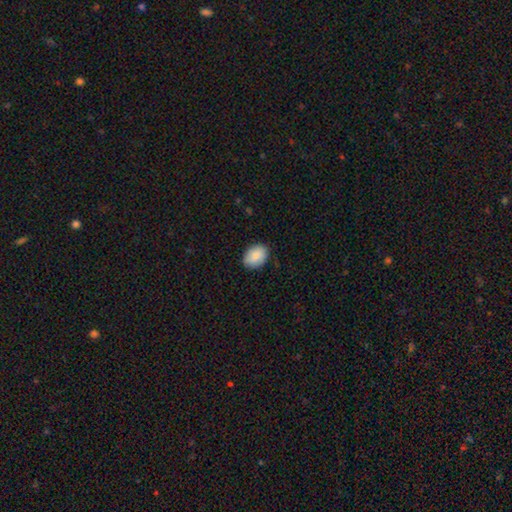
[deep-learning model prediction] This appears to be a smooth galaxy with no disk features (88%) that is in between round and cigar-shaped (75%). Merging: none (86%).